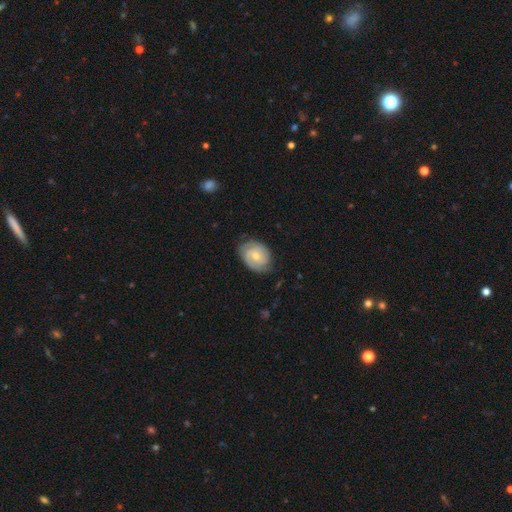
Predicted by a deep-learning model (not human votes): Smooth or featured?
  - featured or disk: 67% *
  - smooth: 27%
  - star or artifact: 6%
Edge-on disk?
  - no: 97% *
  - yes: 3%
Bar?
  - no: 65% *
  - weak: 30%
  - strong: 5%
Spiral arms?
  - yes: 91% *
  - no: 9%
Spiral winding?
  - tight: 61% *
  - medium: 30%
  - loose: 9%
Spiral arm count?
  - 2: 54% *
  - can't tell: 24%
  - 3: 12%
  - 1: 4%
  - 4: 3%
  - more than 4: 3%
Bulge size?
  - small: 53% *
  - moderate: 43%
  - none: 2%
  - large: 2%
  - dominant: 1%
Merging?
  - none: 74% *
  - minor disturbance: 20%
  - major disturbance: 5%
  - merger: 1%